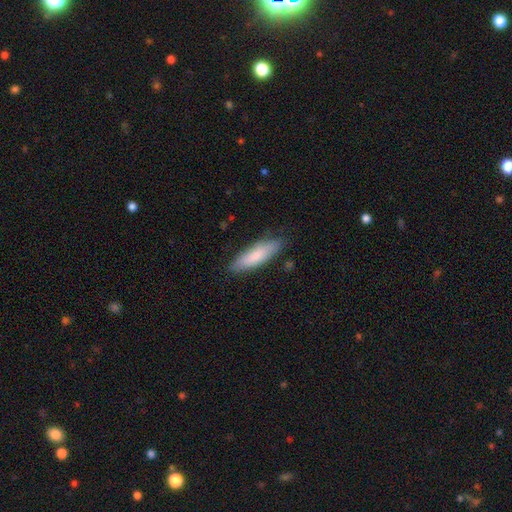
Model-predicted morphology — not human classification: A smooth galaxy with no disk features (81%) that is cigar-shaped (55%).

Vote fractions:
- Smooth or featured? smooth: 81% / featured or disk: 13% / star or artifact: 5%
- How rounded? cigar-shaped: 55% / in between: 43% / round: 1%
- Merging? none: 81% / minor disturbance: 15% / major disturbance: 3% / merger: 1%